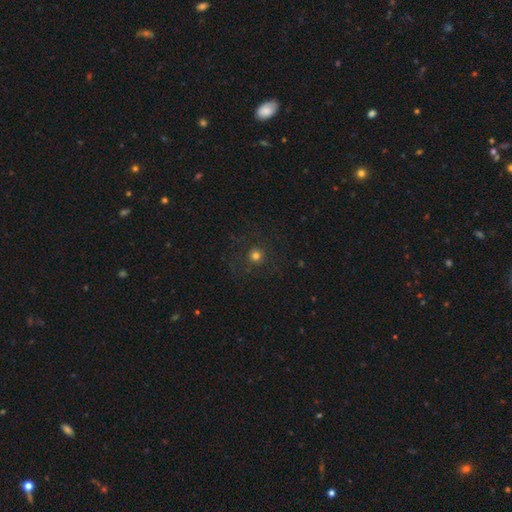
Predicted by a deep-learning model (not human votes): Smooth or featured? Predicted: smooth (p=0.72). How rounded? Predicted: round (p=0.95). Merging? Predicted: none (p=0.84).